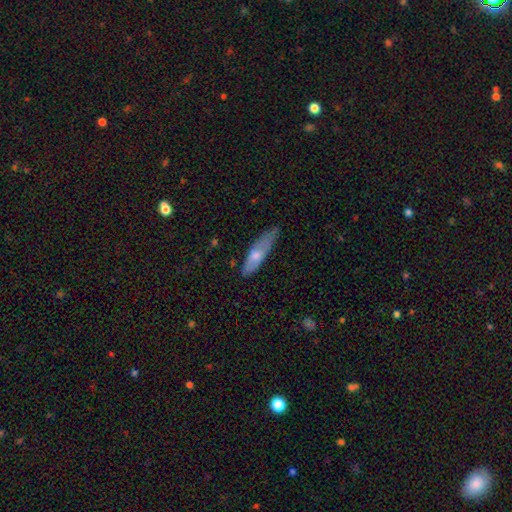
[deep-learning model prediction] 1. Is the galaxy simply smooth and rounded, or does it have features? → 58% smooth, 35% featured or disk, 6% star or artifact.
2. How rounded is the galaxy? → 67% cigar-shaped, 31% in between, 2% round.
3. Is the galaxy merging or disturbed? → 60% none, 31% minor disturbance, 8% major disturbance, 2% merger.